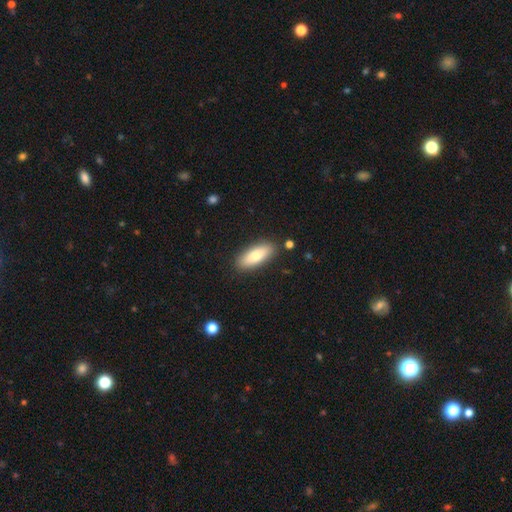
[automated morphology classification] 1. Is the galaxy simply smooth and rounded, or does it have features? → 79% smooth, 15% featured or disk, 6% star or artifact.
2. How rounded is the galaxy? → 71% in between, 27% cigar-shaped, 2% round.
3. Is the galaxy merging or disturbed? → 87% none, 9% minor disturbance, 2% merger, 2% major disturbance.